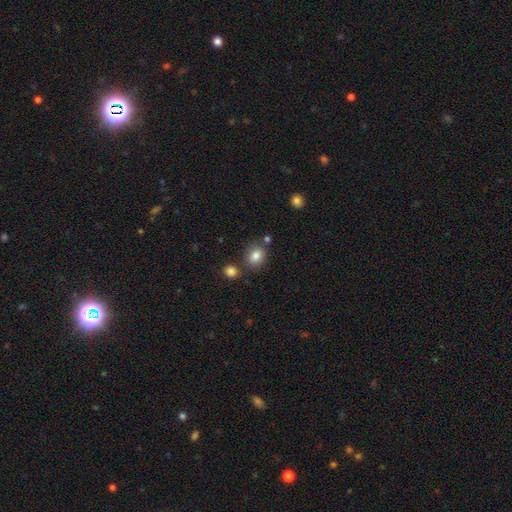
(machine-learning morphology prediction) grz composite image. It shows a smooth galaxy with no disk features (84%) that is round (53%). Merging: none (72%).